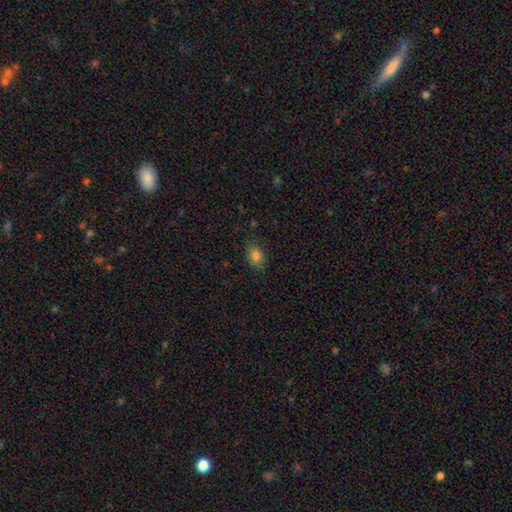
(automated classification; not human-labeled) Overall: smooth (82%). How rounded: in between (69%). Merging: none (83%).